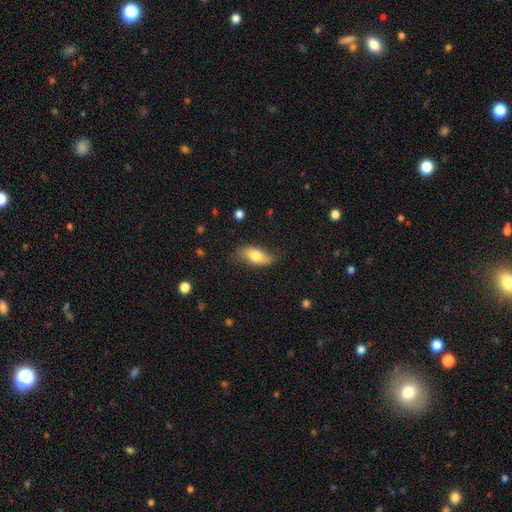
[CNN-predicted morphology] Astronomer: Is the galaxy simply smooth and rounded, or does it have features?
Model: smooth — 71%.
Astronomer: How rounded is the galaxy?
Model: in between — 80%.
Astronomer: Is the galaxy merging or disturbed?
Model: none — 74%.